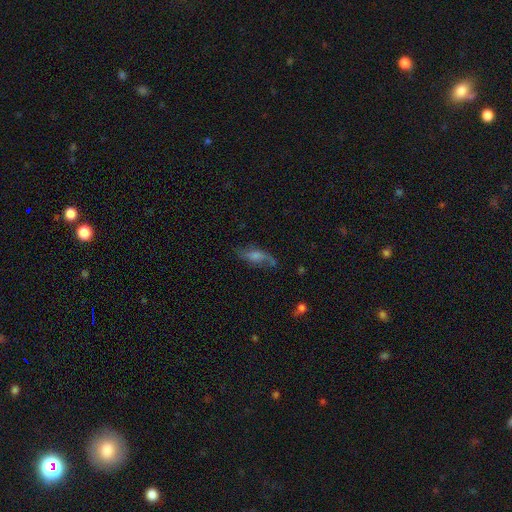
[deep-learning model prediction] Morphology: type=featured or disk (54%); edge-on=no (74%); merging=none (60%).